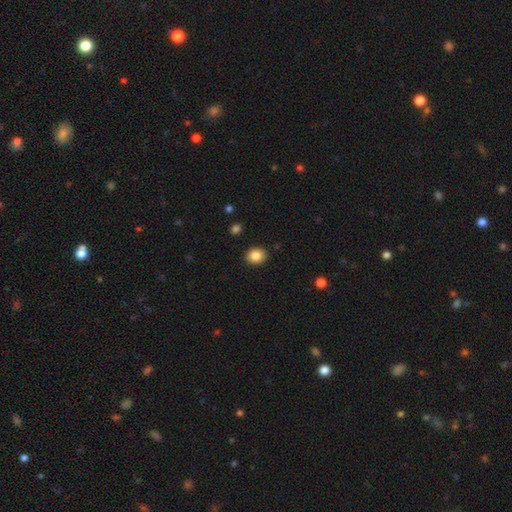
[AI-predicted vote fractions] The model was most divided on "how rounded": round: 54%, in between: 45%, cigar-shaped: 1%. More confident: merging — none (89%); smooth or featured — smooth (86%).